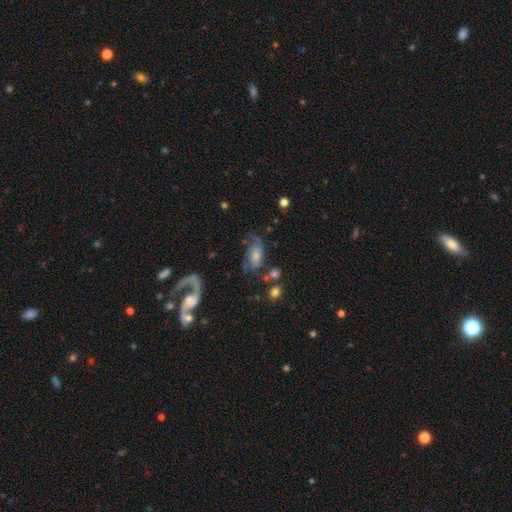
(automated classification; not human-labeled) The model was most divided on "smooth or featured": featured or disk: 47%, smooth: 43%, star or artifact: 10%. Remaining: merging — none (39%).